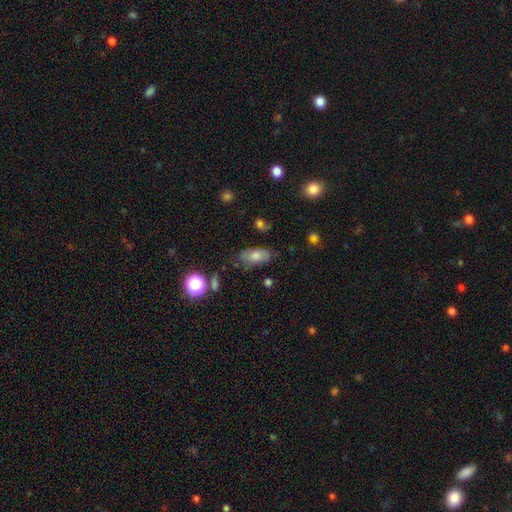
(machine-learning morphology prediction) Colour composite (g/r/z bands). It shows a smooth galaxy with no disk features (64%) that is in between round and cigar-shaped (87%). Merging: none (69%).